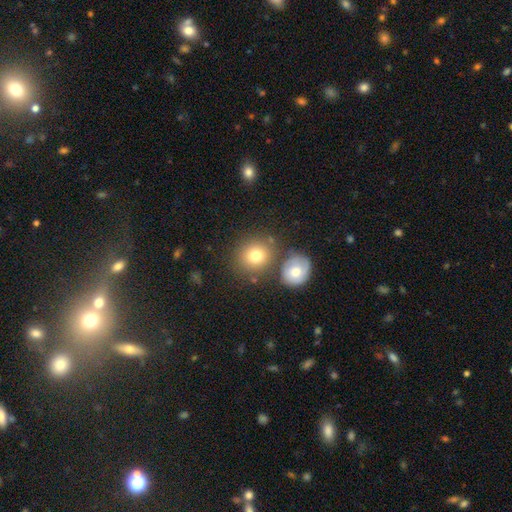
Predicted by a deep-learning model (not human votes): This appears to be a smooth galaxy with no disk features (77%) that is round (86%). Merging: none (70%).